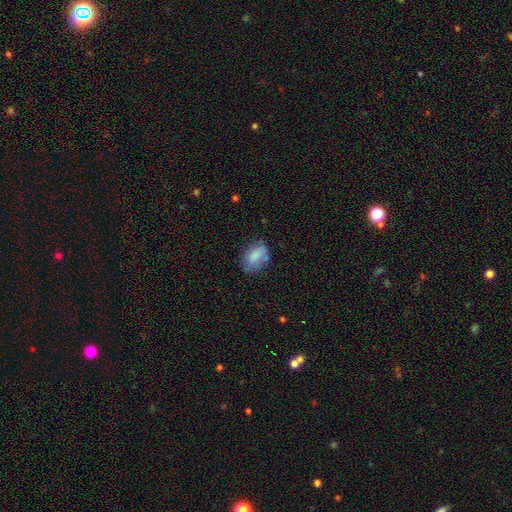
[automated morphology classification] Smooth or featured?
  - smooth: 80% *
  - featured or disk: 12%
  - star or artifact: 8%
How rounded?
  - in between: 85% *
  - round: 14%
  - cigar-shaped: 2%
Merging?
  - none: 64% *
  - minor disturbance: 25%
  - major disturbance: 7%
  - merger: 4%